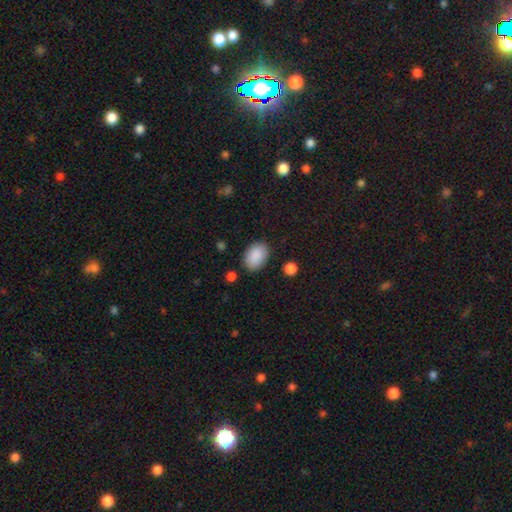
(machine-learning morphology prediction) Overall: smooth (90%). How rounded: in between (88%). Merging: none (85%).